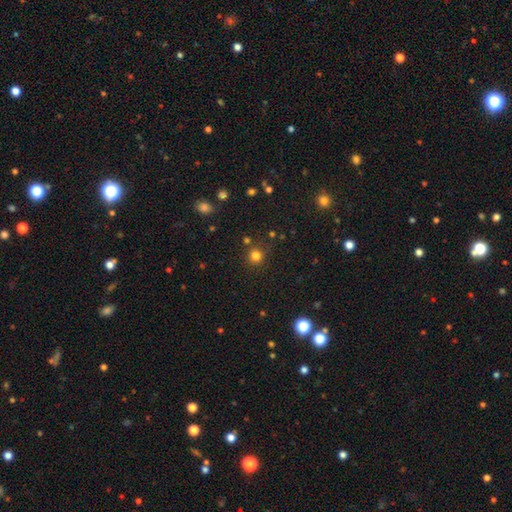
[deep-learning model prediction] Smooth or featured: smooth — 79% (star or artifact — 17%)
How rounded: round — 92% (in between — 8%)
Merging: none — 82% (minor disturbance — 9%)